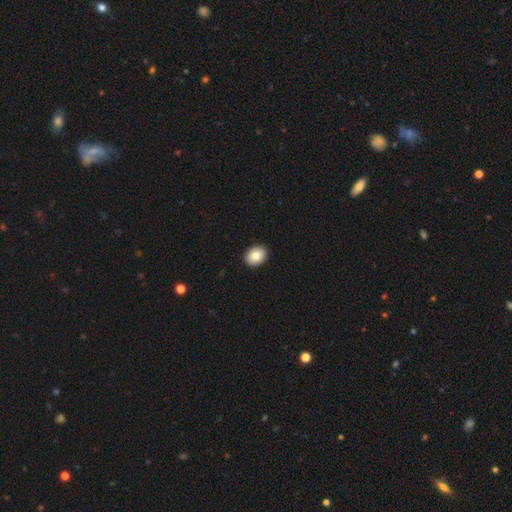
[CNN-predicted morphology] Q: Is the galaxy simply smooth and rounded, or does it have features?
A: smooth — 84%.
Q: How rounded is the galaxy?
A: in between — 63%.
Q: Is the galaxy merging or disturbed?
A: none — 92%.